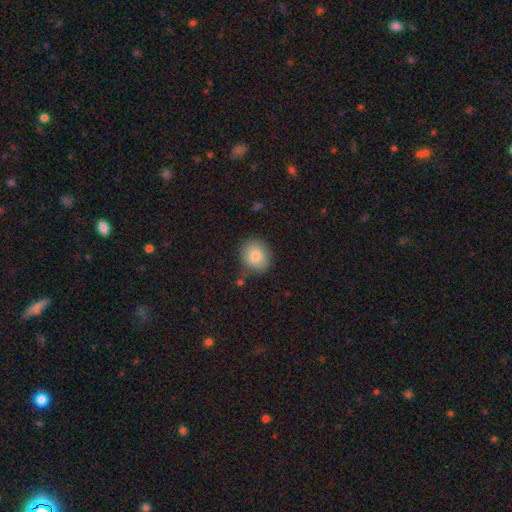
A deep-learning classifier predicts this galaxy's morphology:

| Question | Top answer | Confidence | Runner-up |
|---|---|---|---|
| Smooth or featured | smooth | 83% | featured or disk (9%) |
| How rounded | round | 72% | in between (27%) |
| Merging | none | 76% | minor disturbance (16%) |